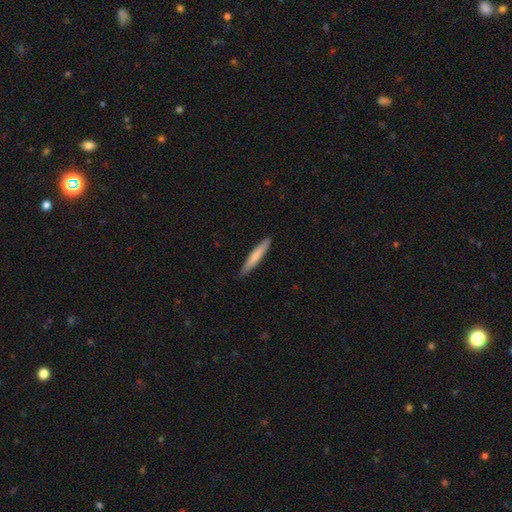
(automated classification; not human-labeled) smooth_or_featured: smooth (p=0.73) [alt: featured or disk p=0.22]
how_rounded: cigar-shaped (p=0.93) [alt: in between p=0.06]
merging: none (p=0.90) [alt: minor disturbance p=0.07]